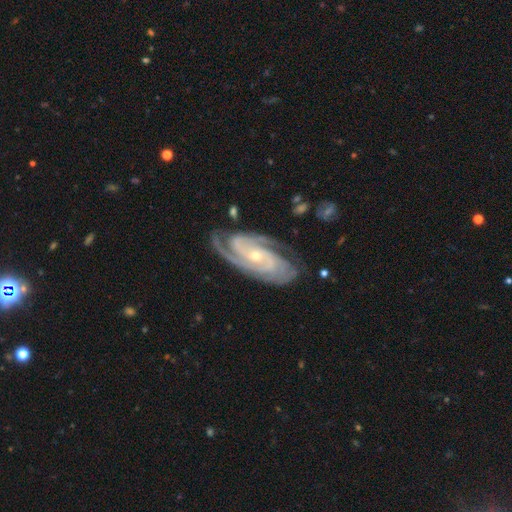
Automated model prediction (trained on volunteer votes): This is clearly a featured or disk galaxy (93%). It is clearly not viewed edge-on (96%). Bar: possibly no (58%). Spiral arm pattern: clearly yes (99%). Spiral arm count: marginally 3 (38%). Spiral winding: likely tight (66%). Central bulge: likely small (64%). Merging: likely none (75%).